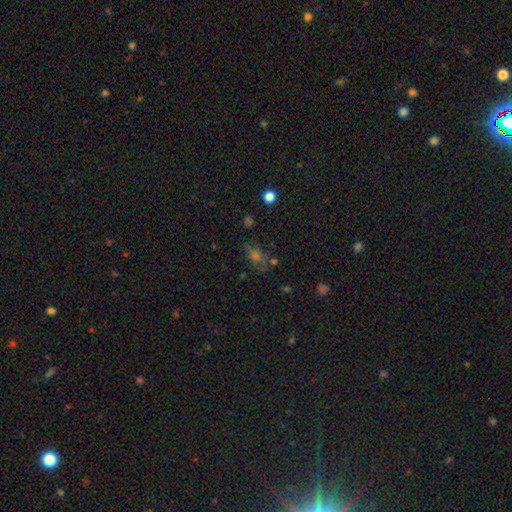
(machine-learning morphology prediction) Smooth or featured? smooth (48%)
Merging? none (63%)